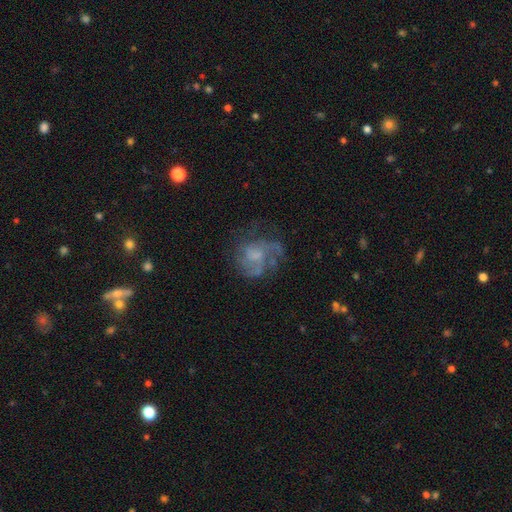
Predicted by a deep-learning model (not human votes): The model was most divided on "spiral arm count": can't tell: 33%, 3: 27%, 2: 18%, 4: 9%, 1: 8%, more than 4: 5%. Remaining: edge-on disk — no (98%); spiral arms — yes (76%); bar — no (68%); smooth or featured — featured or disk (68%); merging — none (51%); spiral winding — medium (43%); bulge size — none (41%).